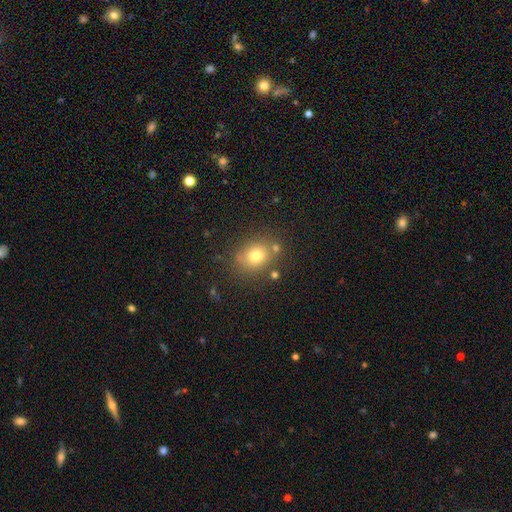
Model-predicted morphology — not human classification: Smooth or featured?
  - smooth: 75% *
  - star or artifact: 14%
  - featured or disk: 11%
How rounded?
  - round: 63% *
  - in between: 36%
  - cigar-shaped: 1%
Merging?
  - none: 74% *
  - minor disturbance: 13%
  - merger: 9%
  - major disturbance: 5%